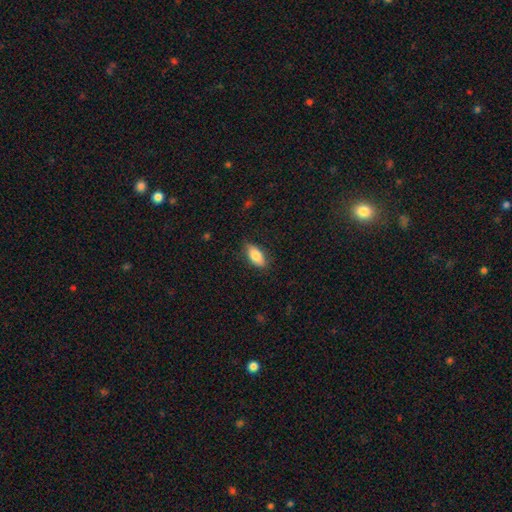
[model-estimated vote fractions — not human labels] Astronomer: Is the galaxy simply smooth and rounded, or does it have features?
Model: smooth — 82%.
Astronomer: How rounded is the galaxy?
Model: in between — 87%.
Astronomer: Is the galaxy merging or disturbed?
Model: none — 82%.